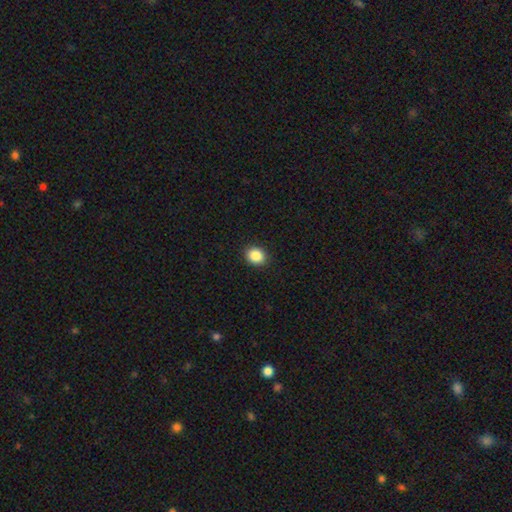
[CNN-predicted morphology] A smooth galaxy with no disk features (87%) that is round (65%).

Vote fractions:
- Smooth or featured? smooth: 87% / star or artifact: 9% / featured or disk: 3%
- How rounded? round: 65% / in between: 34% / cigar-shaped: 1%
- Merging? none: 91% / minor disturbance: 6% / major disturbance: 2% / merger: 1%